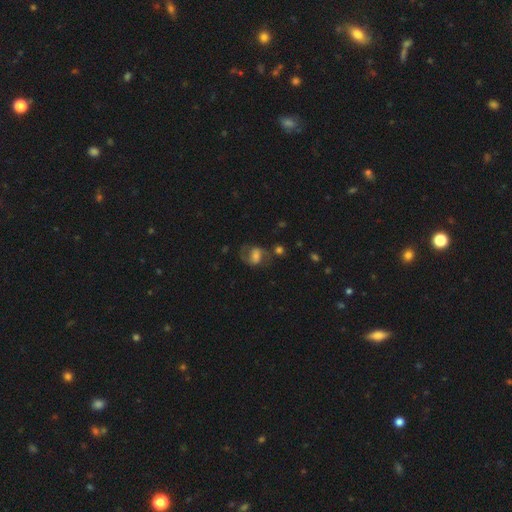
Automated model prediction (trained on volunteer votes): This is possibly a smooth galaxy (47%). Merging: possibly none (47%).